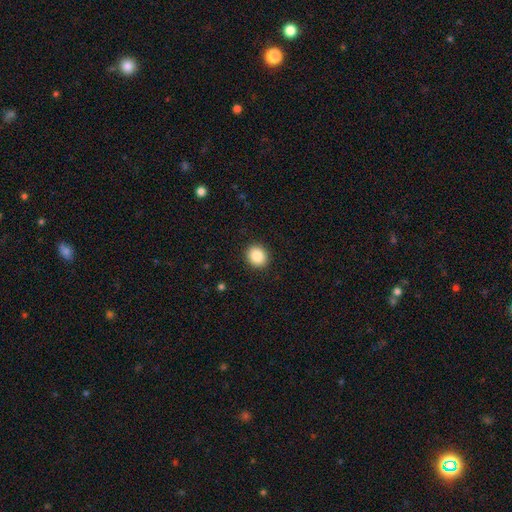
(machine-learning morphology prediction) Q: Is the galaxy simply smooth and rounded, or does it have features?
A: smooth — 87%.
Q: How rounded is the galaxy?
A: round — 79%.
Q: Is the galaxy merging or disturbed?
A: none — 91%.